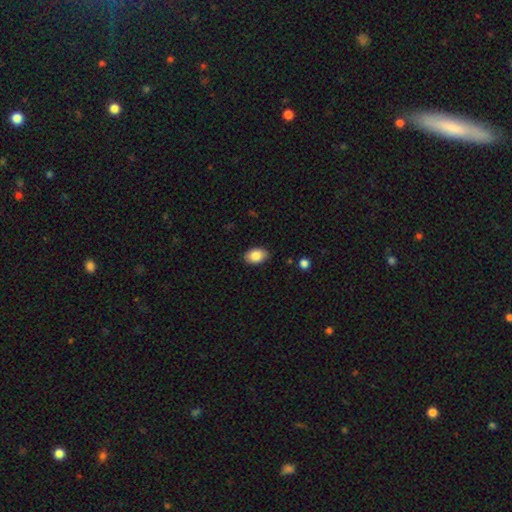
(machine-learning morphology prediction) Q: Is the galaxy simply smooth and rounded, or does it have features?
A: smooth — 85%.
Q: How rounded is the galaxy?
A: in between — 86%.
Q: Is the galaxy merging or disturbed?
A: none — 87%.